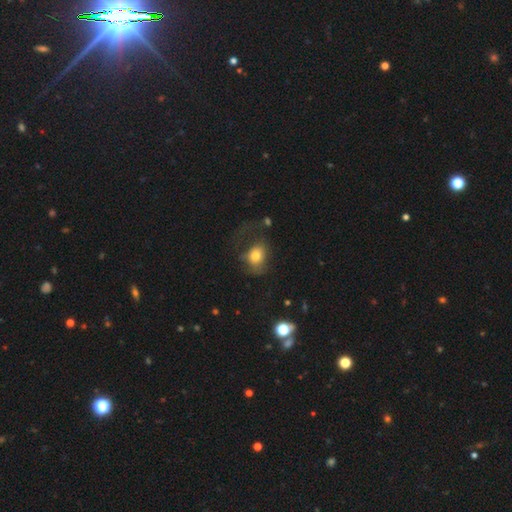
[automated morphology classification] This appears to be a smooth galaxy with no disk features (72%) that is in between round and cigar-shaped (57%). Merging: major disturbance (42%).